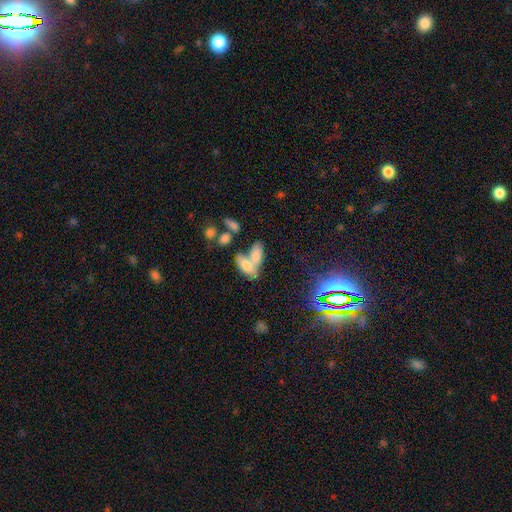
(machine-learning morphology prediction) Smooth or featured: smooth — 70% (featured or disk — 18%)
How rounded: in between — 85% (cigar-shaped — 9%)
Merging: merger — 62% (none — 24%)